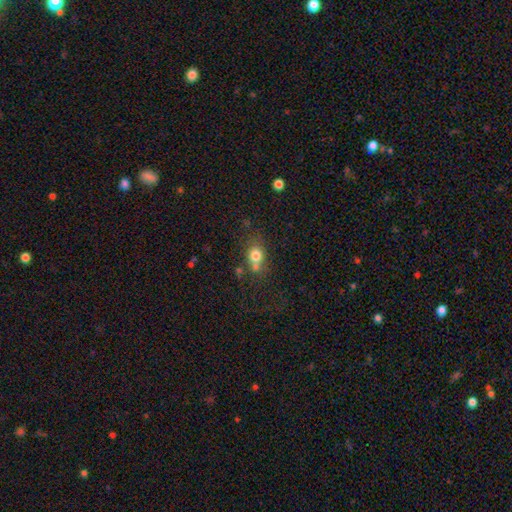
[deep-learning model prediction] Smooth or featured? smooth (76%)
How rounded? round (64%)
Merging? none (52%)